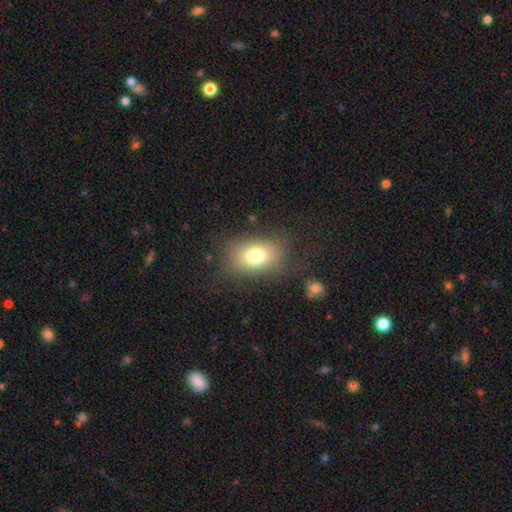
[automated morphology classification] Q: Smooth or featured?
A: smooth (75%); runner-up: featured or disk (13%)
Q: How rounded?
A: in between (73%); runner-up: round (25%)
Q: Merging?
A: none (76%); runner-up: minor disturbance (14%)